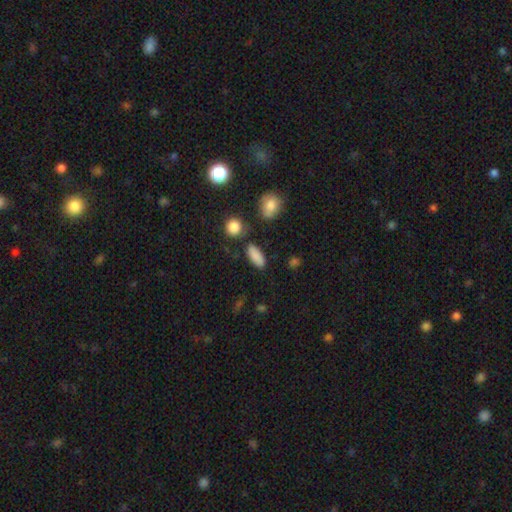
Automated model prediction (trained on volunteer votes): This is clearly a smooth galaxy (87%). How rounded: clearly in between (84%). Merging: clearly none (81%).